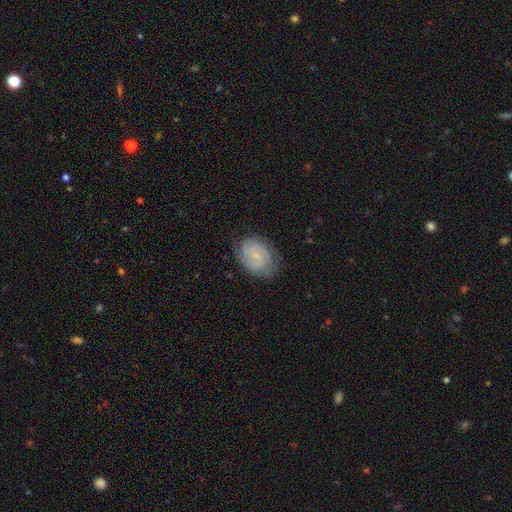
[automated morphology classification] Overall: featured or disk (71%). Edge-on disk: no (97%). Bar: no (65%; weak 31%). Spiral arms: yes (94%). Spiral arm count: 2 (46%; can't tell 25%). Spiral winding: tight (60%; medium 32%). Bulge size: small (74%). Merging: none (79%).